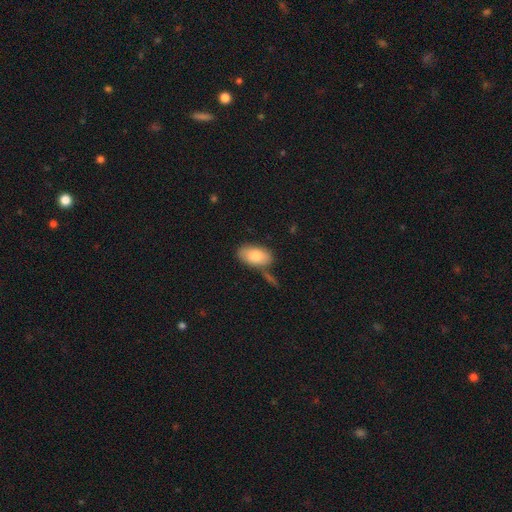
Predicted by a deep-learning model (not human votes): Smooth or featured: smooth — 81% (featured or disk — 13%)
How rounded: in between — 93% (round — 5%)
Merging: none — 71% (minor disturbance — 16%)